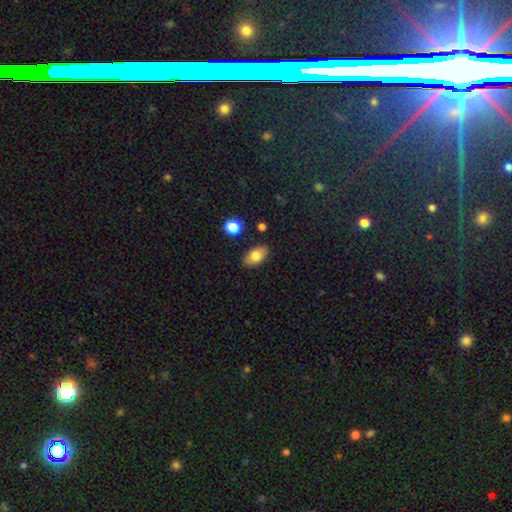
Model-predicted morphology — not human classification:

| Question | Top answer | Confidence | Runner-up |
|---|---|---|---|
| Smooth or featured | smooth | 80% | featured or disk (12%) |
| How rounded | in between | 90% | round (8%) |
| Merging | none | 85% | minor disturbance (11%) |